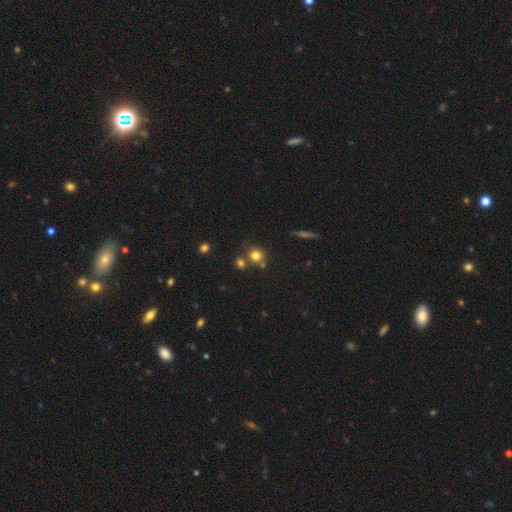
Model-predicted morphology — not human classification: A smooth galaxy with no disk features (77%) that is round (84%).

Vote fractions:
- Smooth or featured? smooth: 77% / star or artifact: 14% / featured or disk: 8%
- How rounded? round: 84% / in between: 15% / cigar-shaped: 1%
- Merging? none: 66% / merger: 21% / minor disturbance: 10% / major disturbance: 3%